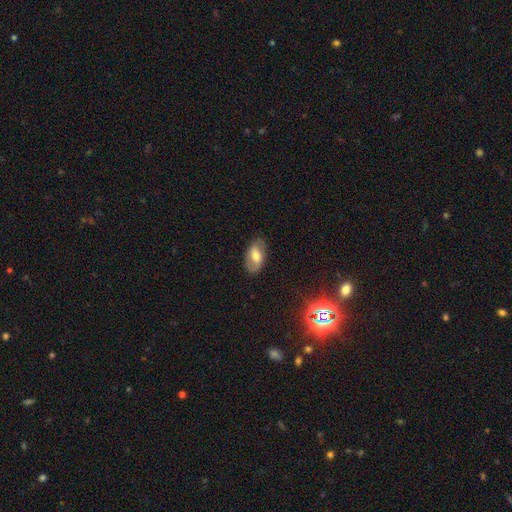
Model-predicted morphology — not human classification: Q: Smooth or featured?
A: smooth (59%); runner-up: featured or disk (33%)
Q: How rounded?
A: in between (93%); runner-up: round (5%)
Q: Merging?
A: none (81%); runner-up: minor disturbance (15%)